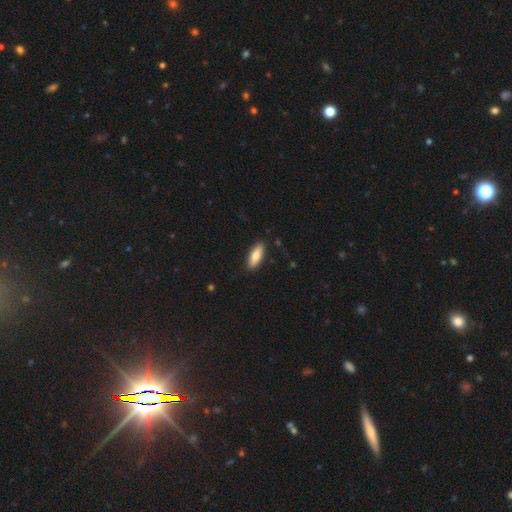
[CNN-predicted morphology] This is clearly a smooth galaxy (81%). How rounded: likely in between (71%). Merging: clearly none (88%).